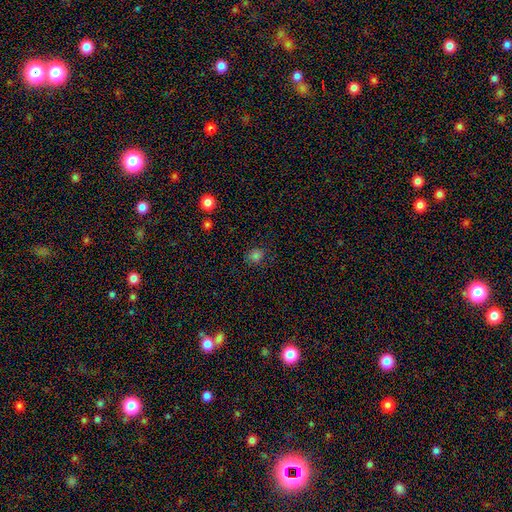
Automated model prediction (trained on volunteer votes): A smooth galaxy with no disk features (79%) that is round (82%).

Vote fractions:
- Smooth or featured? smooth: 79% / star or artifact: 17% / featured or disk: 4%
- How rounded? round: 82% / in between: 17% / cigar-shaped: 1%
- Merging? none: 84% / minor disturbance: 11% / major disturbance: 3% / merger: 2%